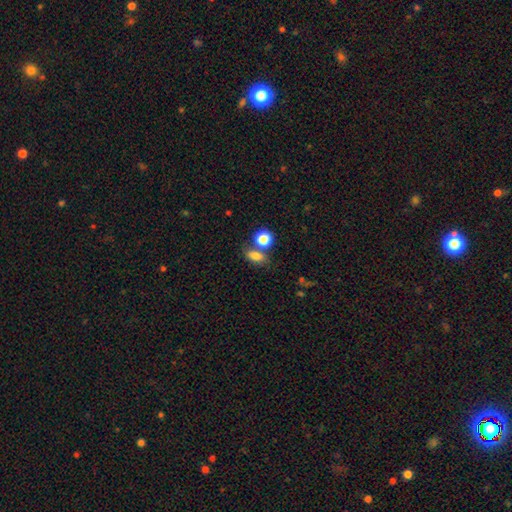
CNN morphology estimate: Smooth or featured?
  - smooth: 80% *
  - star or artifact: 12%
  - featured or disk: 9%
How rounded?
  - in between: 70% *
  - round: 25%
  - cigar-shaped: 5%
Merging?
  - none: 55% *
  - merger: 27%
  - minor disturbance: 13%
  - major disturbance: 5%